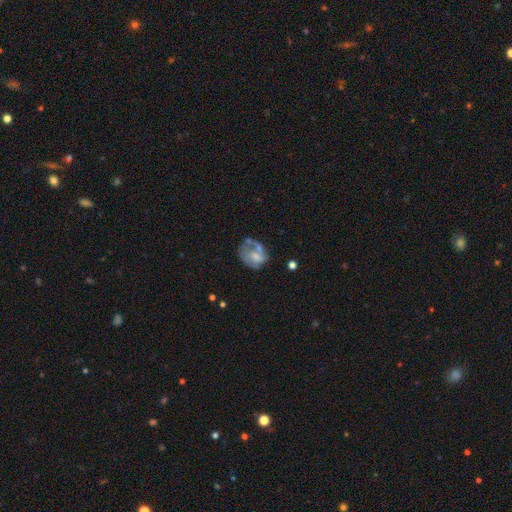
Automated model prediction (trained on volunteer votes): A featured or disk galaxy (50%).

Vote fractions:
- Smooth or featured? featured or disk: 50% / smooth: 41% / star or artifact: 9%
- Edge-on disk? no: 97% / yes: 3%
- Merging? none: 34% / major disturbance: 28% / minor disturbance: 23% / merger: 15%